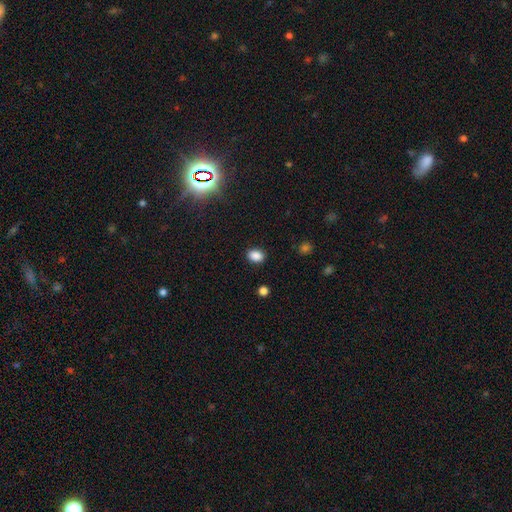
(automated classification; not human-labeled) Smooth or featured? smooth (87%)
How rounded? in between (69%)
Merging? none (87%)